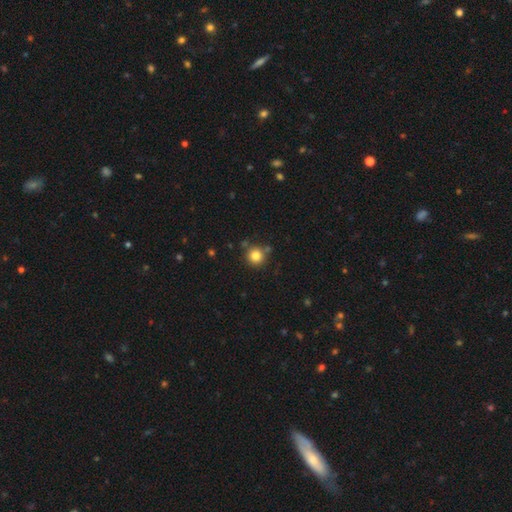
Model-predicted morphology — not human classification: Q: Smooth or featured?
A: smooth (83%); runner-up: star or artifact (11%)
Q: How rounded?
A: round (94%); runner-up: in between (5%)
Q: Merging?
A: none (81%); runner-up: minor disturbance (9%)